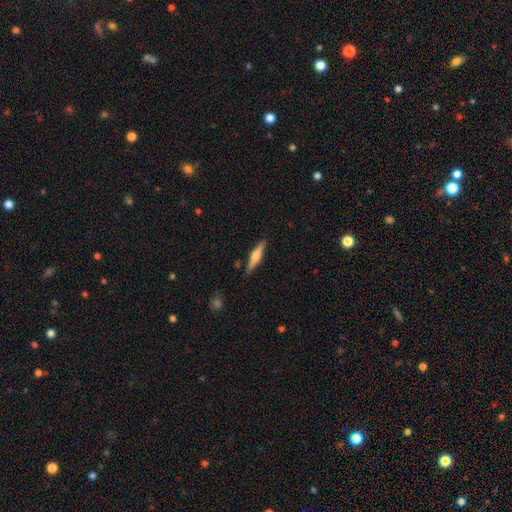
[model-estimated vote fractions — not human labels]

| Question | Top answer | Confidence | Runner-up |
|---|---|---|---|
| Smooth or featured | featured or disk | 55% | smooth (40%) |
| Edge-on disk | yes | 97% | no (3%) |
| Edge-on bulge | rounded | 83% | boxy (10%) |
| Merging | none | 87% | minor disturbance (9%) |